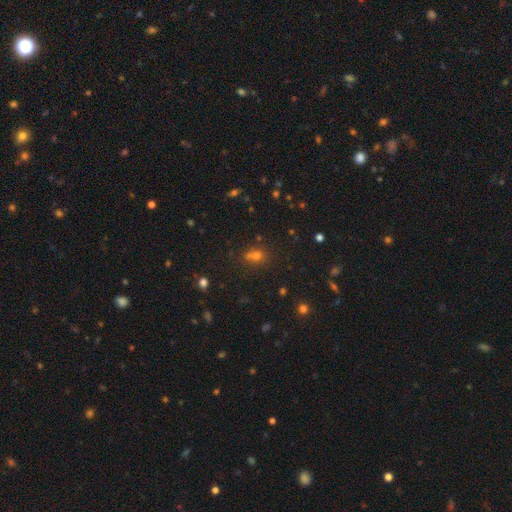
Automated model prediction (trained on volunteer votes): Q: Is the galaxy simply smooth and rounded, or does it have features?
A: smooth — 61%.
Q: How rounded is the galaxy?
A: round — 65%.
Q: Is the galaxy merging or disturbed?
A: none — 57%.